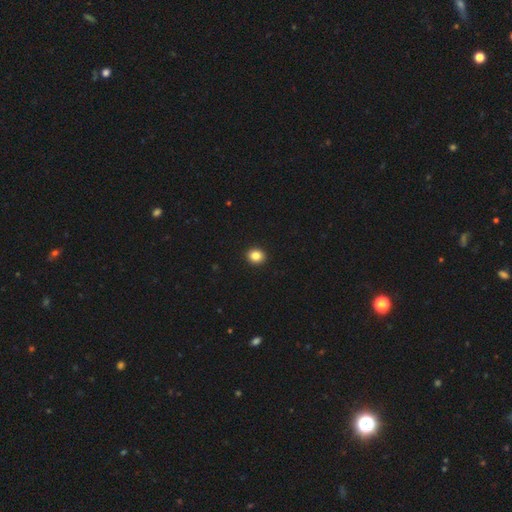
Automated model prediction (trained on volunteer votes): Smooth or featured? Predicted: smooth (p=0.84). How rounded? Predicted: round (p=0.80). Merging? Predicted: none (p=0.94).